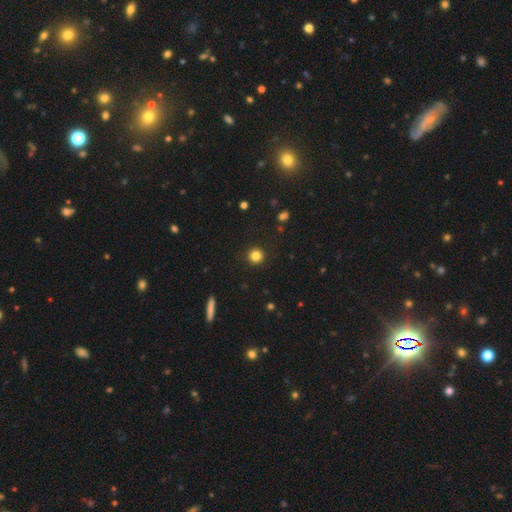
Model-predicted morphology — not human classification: Q: Smooth or featured?
A: smooth (83%); runner-up: star or artifact (12%)
Q: How rounded?
A: round (94%); runner-up: in between (5%)
Q: Merging?
A: none (92%); runner-up: minor disturbance (5%)